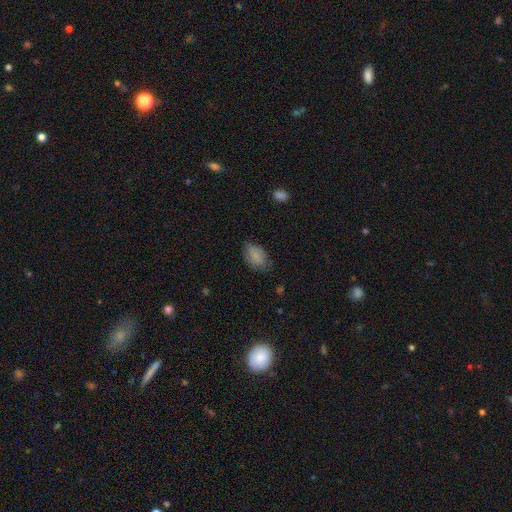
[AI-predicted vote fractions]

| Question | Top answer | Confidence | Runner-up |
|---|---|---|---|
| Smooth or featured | smooth | 81% | featured or disk (12%) |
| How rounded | in between | 89% | round (9%) |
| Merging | none | 65% | minor disturbance (27%) |